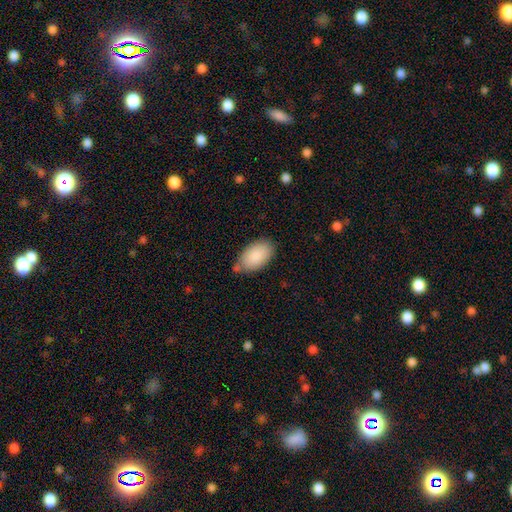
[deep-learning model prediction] This appears to be a smooth galaxy with no disk features (88%) that is in between round and cigar-shaped (95%). Merging: none (68%).